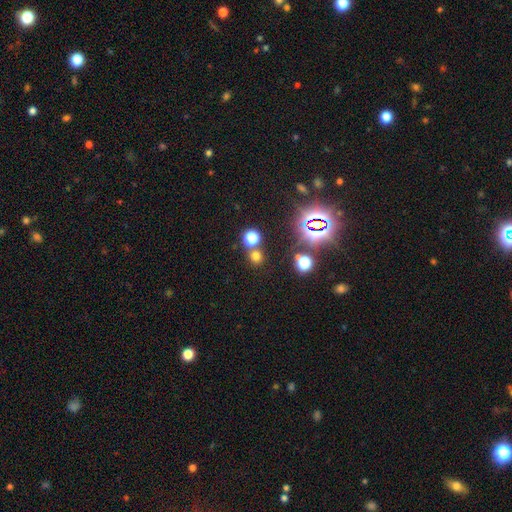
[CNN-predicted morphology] Smooth or featured?
  - smooth: 61% *
  - star or artifact: 32%
  - featured or disk: 7%
How rounded?
  - round: 87% *
  - in between: 12%
  - cigar-shaped: 1%
Merging?
  - none: 69% *
  - merger: 21%
  - minor disturbance: 7%
  - major disturbance: 3%